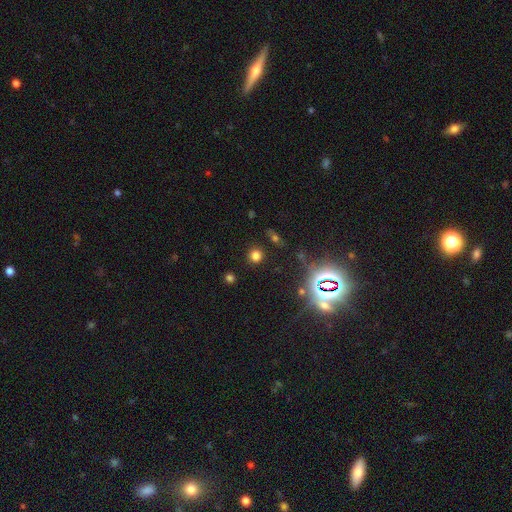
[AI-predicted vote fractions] Smooth or featured? Predicted: smooth (p=0.70). How rounded? Predicted: round (p=0.89). Merging? Predicted: none (p=0.86).